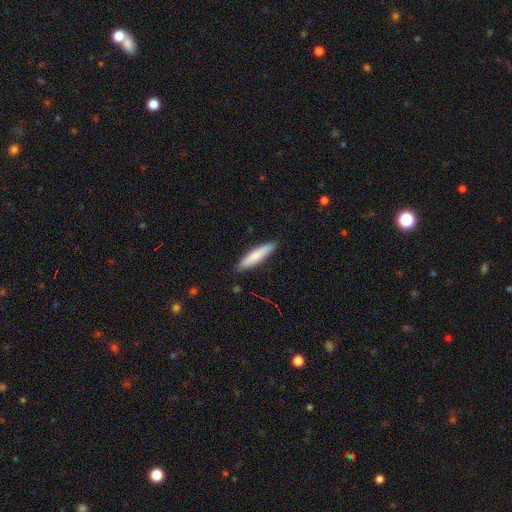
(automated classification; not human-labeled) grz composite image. It shows a smooth galaxy with no disk features (80%) that is cigar-shaped (83%). Merging: none (88%).